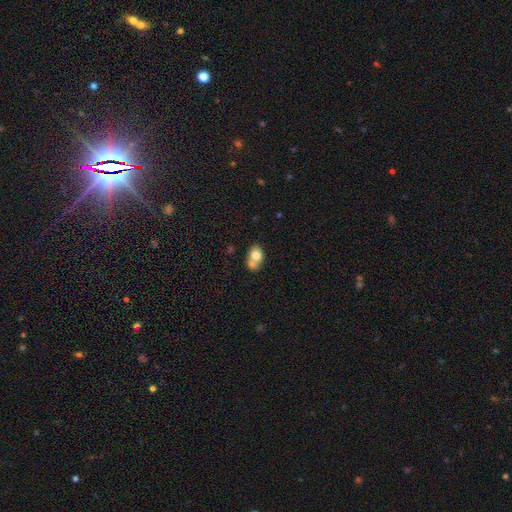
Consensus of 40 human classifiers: Overall: smooth (72%). How rounded: in between (59%; round 41%). Merging: merger (64%; none 31%).